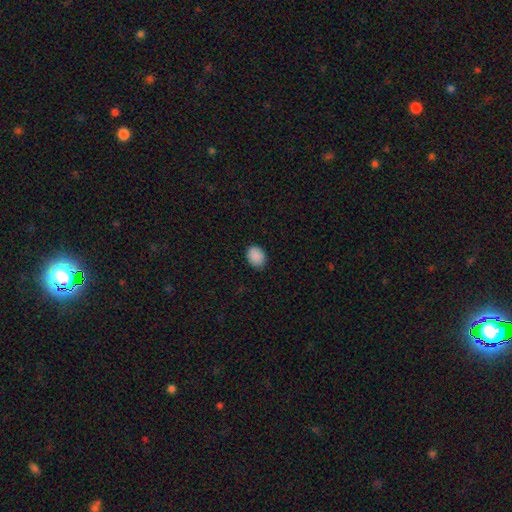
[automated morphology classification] A smooth galaxy with no disk features (90%) that is in between round and cigar-shaped (68%). Merging: none (82%).